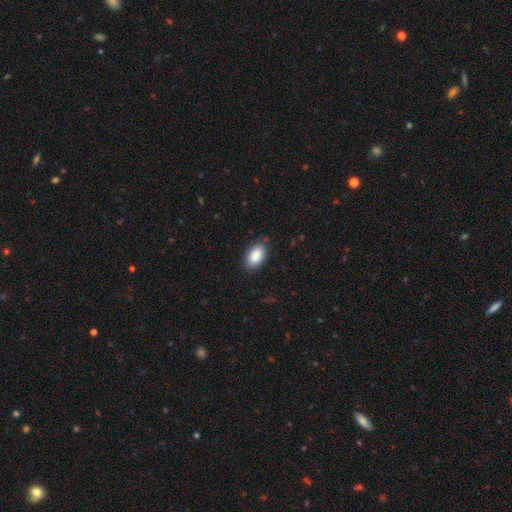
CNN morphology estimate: The model was most divided on "merging": none: 84%, minor disturbance: 12%, major disturbance: 3%, merger: 1%. More confident: how rounded — in between (93%); smooth or featured — smooth (89%).